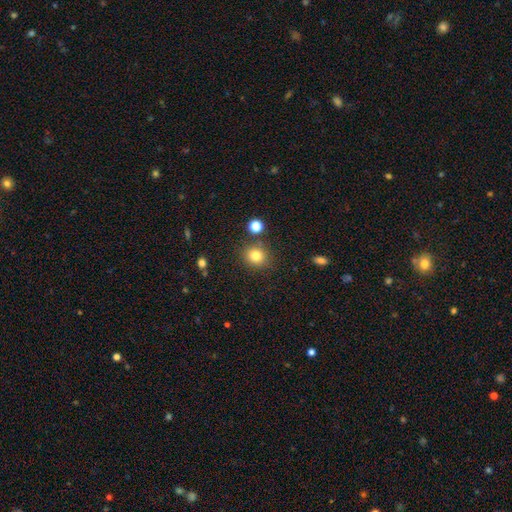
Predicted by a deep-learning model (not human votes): This appears to be a smooth galaxy with no disk features (81%) that is round (83%). Merging: none (81%).